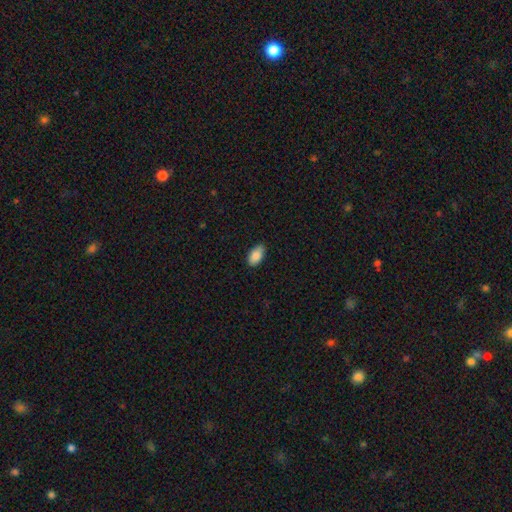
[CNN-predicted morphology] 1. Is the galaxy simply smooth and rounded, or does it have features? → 87% smooth, 7% star or artifact, 6% featured or disk.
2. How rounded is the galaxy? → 94% in between, 3% round, 3% cigar-shaped.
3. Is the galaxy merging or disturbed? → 83% none, 14% minor disturbance, 2% major disturbance, 1% merger.